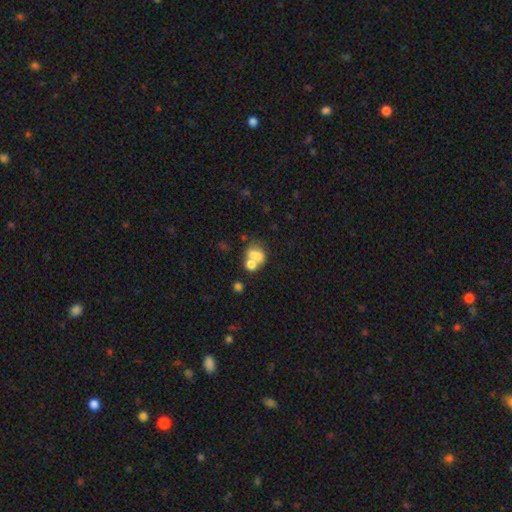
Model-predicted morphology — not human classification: Q: Smooth or featured?
A: smooth (63%); runner-up: featured or disk (24%)
Q: How rounded?
A: in between (59%); runner-up: round (39%)
Q: Merging?
A: merger (56%); runner-up: none (26%)